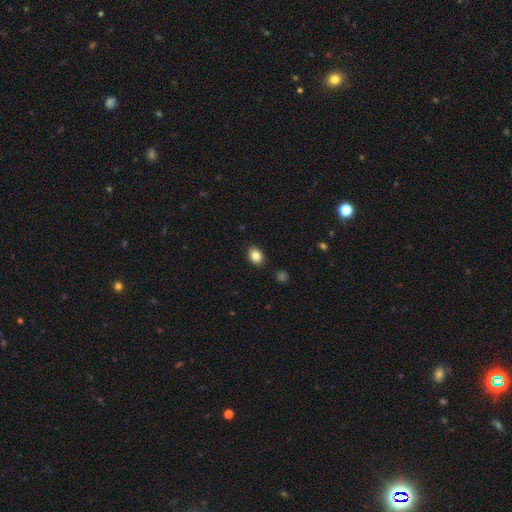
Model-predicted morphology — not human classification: Smooth or featured? smooth (85%)
How rounded? in between (67%)
Merging? none (89%)